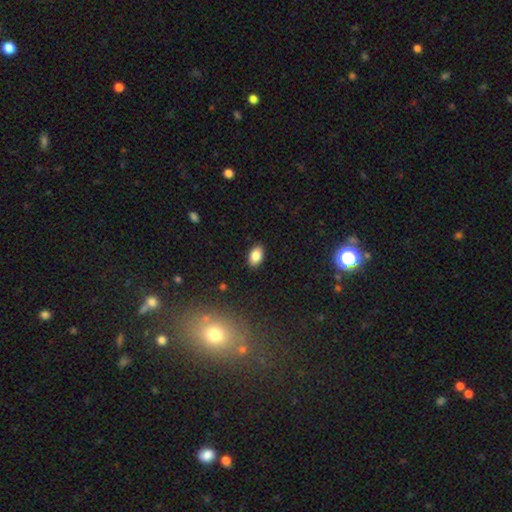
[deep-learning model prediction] Smooth or featured: smooth — 85% (star or artifact — 9%)
How rounded: in between — 90% (round — 8%)
Merging: none — 88% (minor disturbance — 9%)